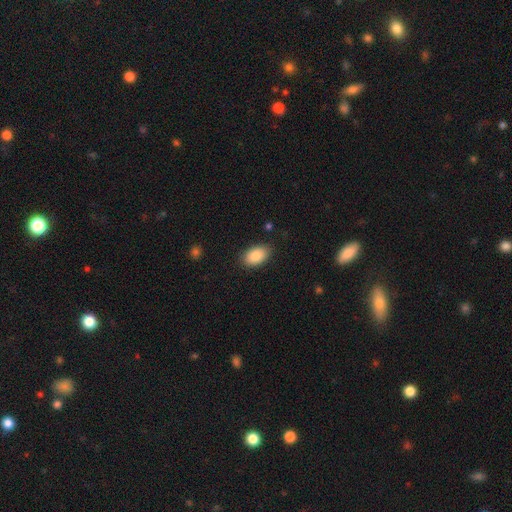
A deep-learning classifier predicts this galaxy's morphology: Smooth or featured?
  - smooth: 88% *
  - star or artifact: 7%
  - featured or disk: 5%
How rounded?
  - in between: 92% *
  - round: 6%
  - cigar-shaped: 1%
Merging?
  - none: 86% *
  - minor disturbance: 10%
  - major disturbance: 3%
  - merger: 1%